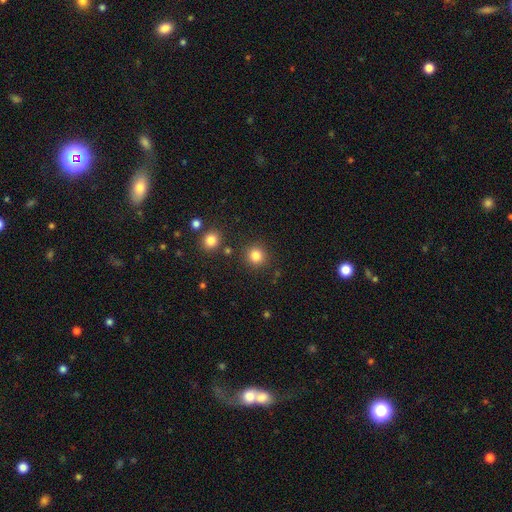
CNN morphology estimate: Overall: smooth (83%). How rounded: round (93%). Merging: none (88%).